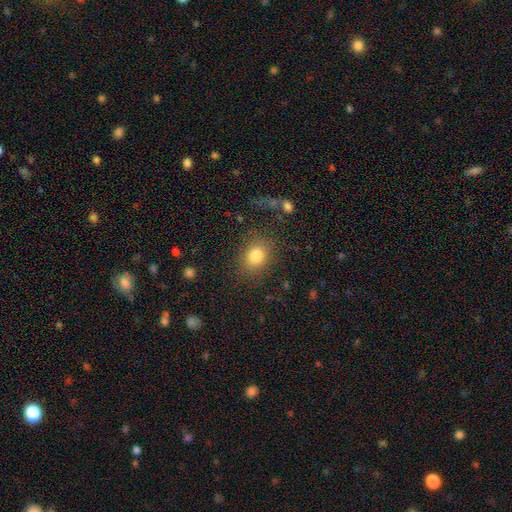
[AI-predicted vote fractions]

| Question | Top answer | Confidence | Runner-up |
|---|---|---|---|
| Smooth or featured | smooth | 83% | star or artifact (11%) |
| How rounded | in between | 50% | round (48%) |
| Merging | none | 79% | minor disturbance (12%) |